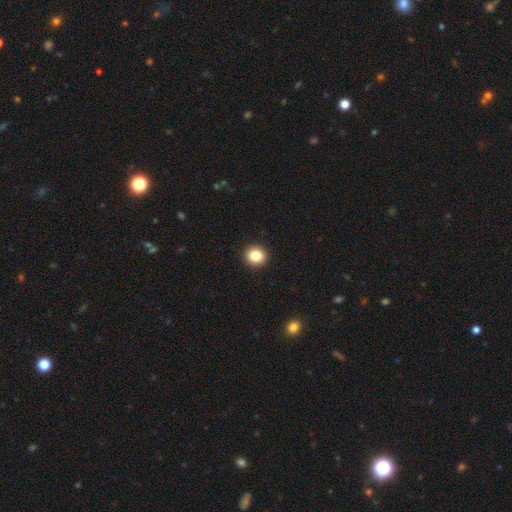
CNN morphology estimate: Smooth or featured? Predicted: smooth (p=0.85). How rounded? Predicted: round (p=0.89). Merging? Predicted: none (p=0.93).